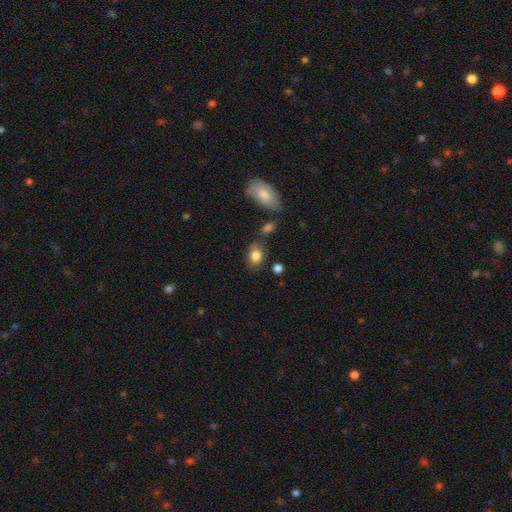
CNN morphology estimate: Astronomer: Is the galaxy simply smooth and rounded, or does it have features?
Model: smooth — 83%.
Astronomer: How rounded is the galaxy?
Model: in between — 73%.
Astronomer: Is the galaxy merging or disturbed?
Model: none — 66%.